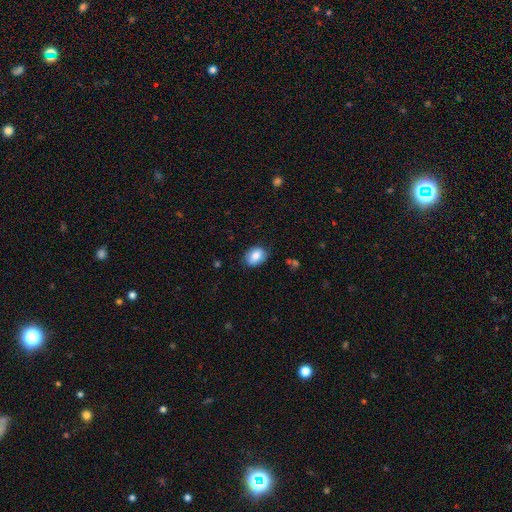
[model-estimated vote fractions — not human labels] A smooth galaxy with no disk features (83%) that is in between round and cigar-shaped (74%).

Vote fractions:
- Smooth or featured? smooth: 83% / featured or disk: 9% / star or artifact: 7%
- How rounded? in between: 74% / round: 25% / cigar-shaped: 1%
- Merging? none: 78% / minor disturbance: 18% / major disturbance: 4% / merger: 1%